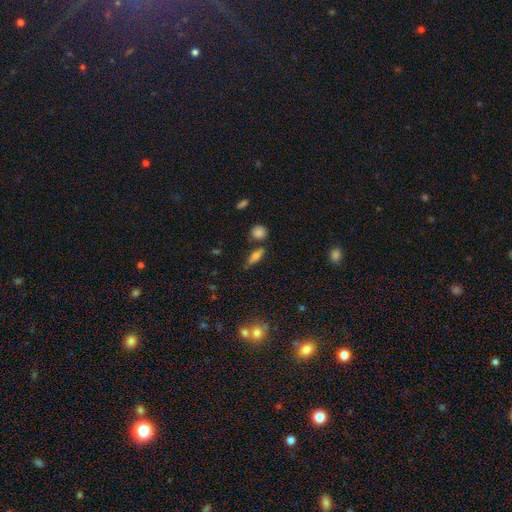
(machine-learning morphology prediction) Smooth or featured?
  - smooth: 68% *
  - featured or disk: 21%
  - star or artifact: 11%
How rounded?
  - in between: 55% *
  - cigar-shaped: 38%
  - round: 6%
Merging?
  - none: 70% *
  - minor disturbance: 15%
  - merger: 11%
  - major disturbance: 4%